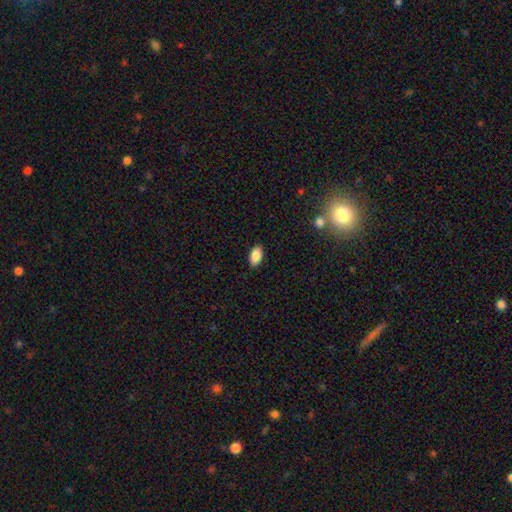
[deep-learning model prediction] smooth-or-featured: smooth: 87% | star or artifact: 8% | featured or disk: 6%
  how-rounded: in between: 93% | round: 4% | cigar-shaped: 3%
  merging: none: 88% | minor disturbance: 9% | major disturbance: 2% | merger: 1%